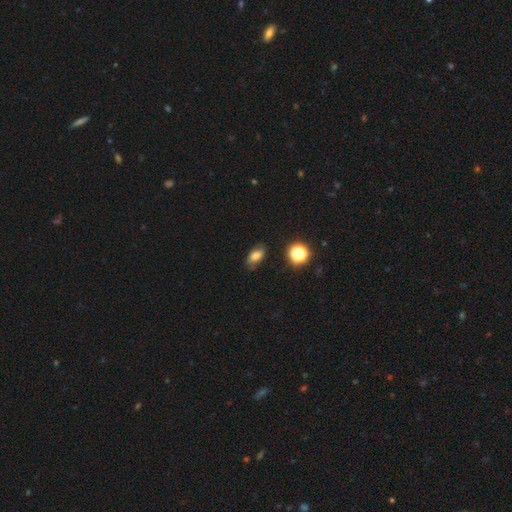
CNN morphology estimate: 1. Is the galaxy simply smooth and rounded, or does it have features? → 76% smooth, 14% star or artifact, 10% featured or disk.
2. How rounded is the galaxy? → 85% in between, 10% round, 5% cigar-shaped.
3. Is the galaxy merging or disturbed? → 76% none, 18% minor disturbance, 4% major disturbance, 2% merger.